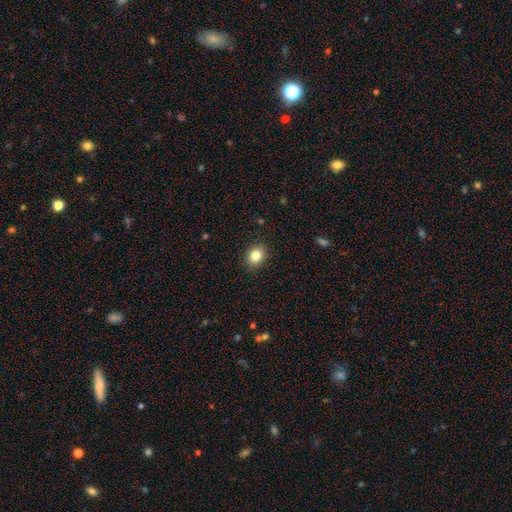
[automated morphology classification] Smooth or featured: smooth — 82% (star or artifact — 11%)
How rounded: round — 63% (in between — 36%)
Merging: none — 89% (minor disturbance — 8%)